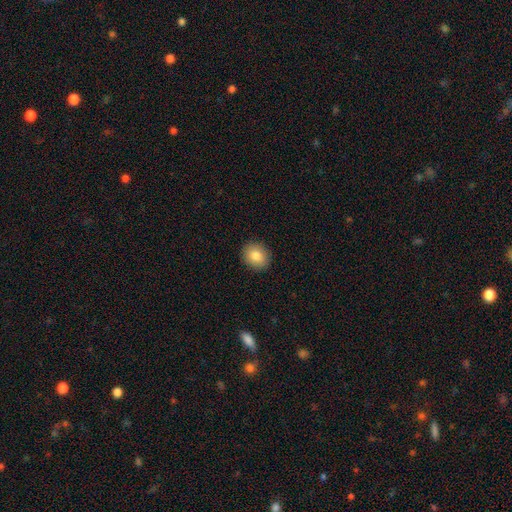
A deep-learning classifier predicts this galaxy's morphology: The model was most divided on "how rounded": round: 69%, in between: 30%, cigar-shaped: 1%. More confident: merging — none (91%); smooth or featured — smooth (84%).